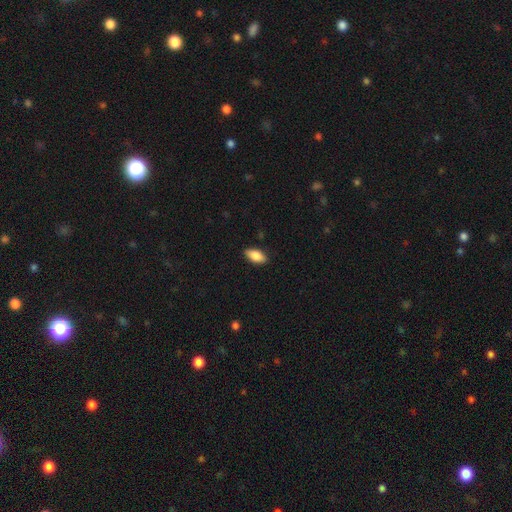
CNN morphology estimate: This is clearly a smooth galaxy (85%). How rounded: clearly in between (89%). Merging: clearly none (86%).